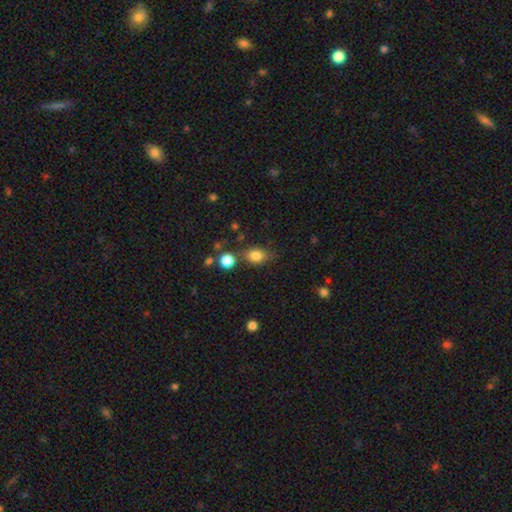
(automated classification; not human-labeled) Smooth or featured?
  - smooth: 81% *
  - star or artifact: 11%
  - featured or disk: 8%
How rounded?
  - in between: 66% *
  - round: 32%
  - cigar-shaped: 2%
Merging?
  - none: 65% *
  - minor disturbance: 19%
  - merger: 10%
  - major disturbance: 6%